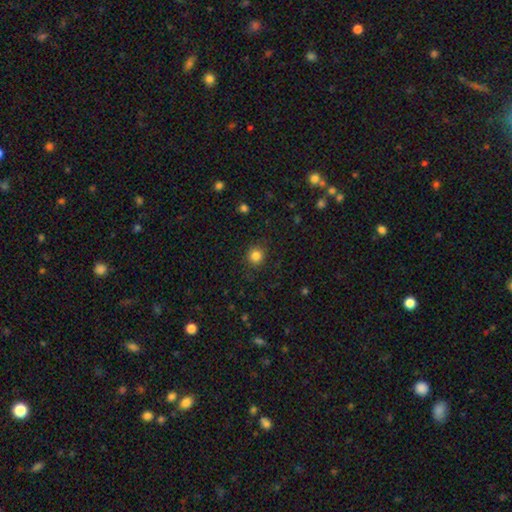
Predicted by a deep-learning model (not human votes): smooth_or_featured: smooth (p=0.84) [alt: star or artifact p=0.12]
how_rounded: round (p=0.90) [alt: in between p=0.09]
merging: none (p=0.88) [alt: minor disturbance p=0.08]